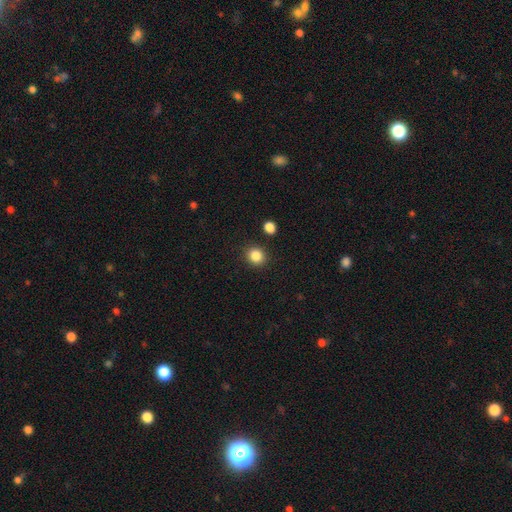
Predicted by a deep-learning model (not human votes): Smooth or featured? smooth (85%)
How rounded? round (82%)
Merging? none (88%)